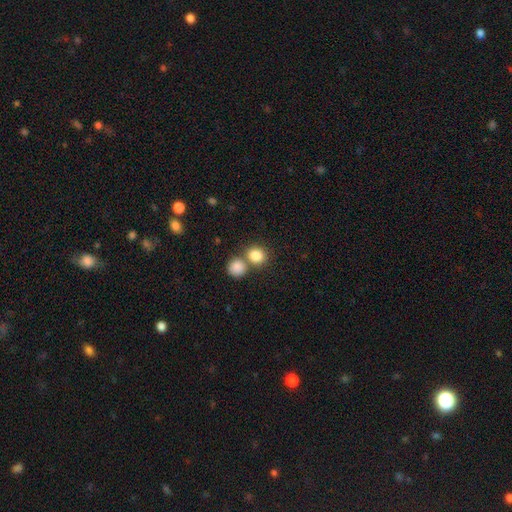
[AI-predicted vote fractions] smooth-or-featured: smooth: 85% | star or artifact: 9% | featured or disk: 6%
  how-rounded: round: 77% | in between: 22% | cigar-shaped: 1%
  merging: none: 53% | merger: 37% | minor disturbance: 8% | major disturbance: 3%